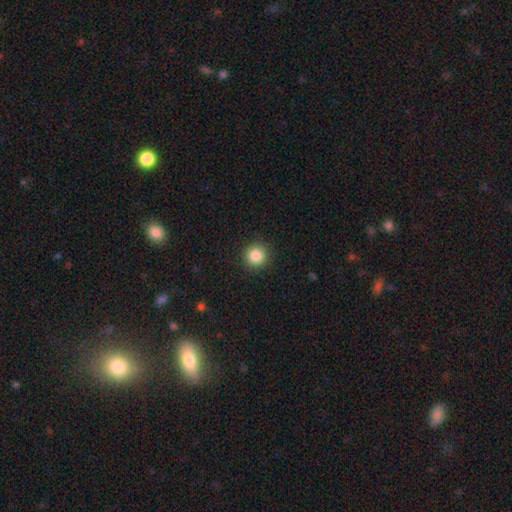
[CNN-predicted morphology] Q: Smooth or featured?
A: smooth (85%); runner-up: star or artifact (10%)
Q: How rounded?
A: round (92%); runner-up: in between (7%)
Q: Merging?
A: none (92%); runner-up: minor disturbance (5%)